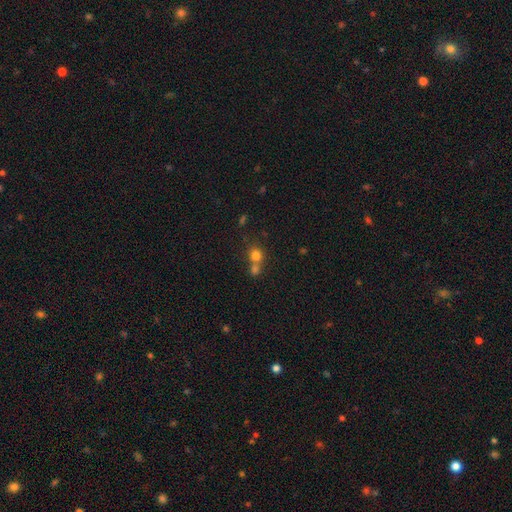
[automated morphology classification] A smooth galaxy with no disk features (77%) that is round (84%). Merging: merger (47%).